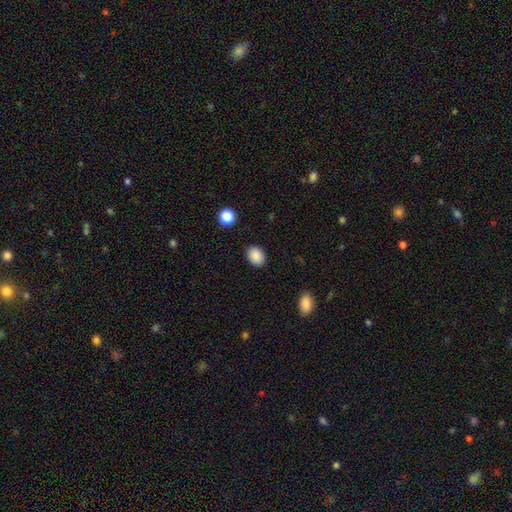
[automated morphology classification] The model was most divided on "how rounded": in between: 63%, round: 37%, cigar-shaped: 1%. More confident: smooth or featured — smooth (88%); merging — none (88%).